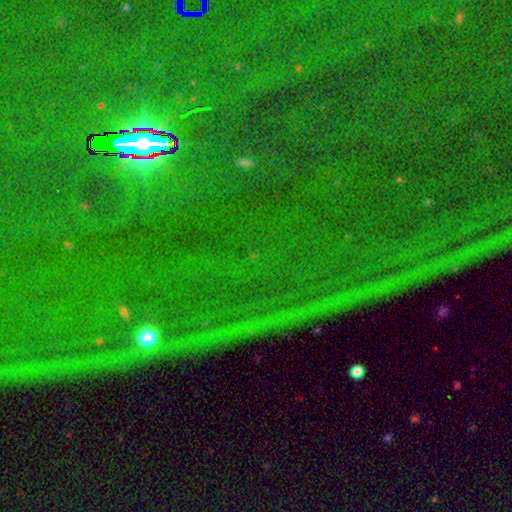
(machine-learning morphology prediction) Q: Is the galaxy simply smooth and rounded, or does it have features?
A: star or artifact — 86%.